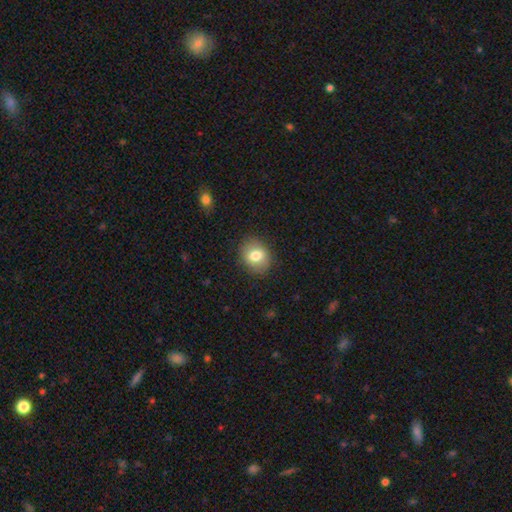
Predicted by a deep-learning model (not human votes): The model was most divided on "how rounded": round: 54%, in between: 45%, cigar-shaped: 1%. More confident: merging — none (85%); smooth or featured — smooth (75%).